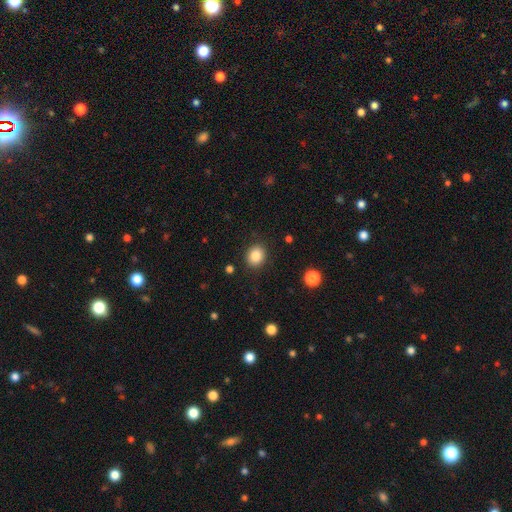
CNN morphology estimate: type=smooth (85%); roundness=round (71%); merging=none (88%).